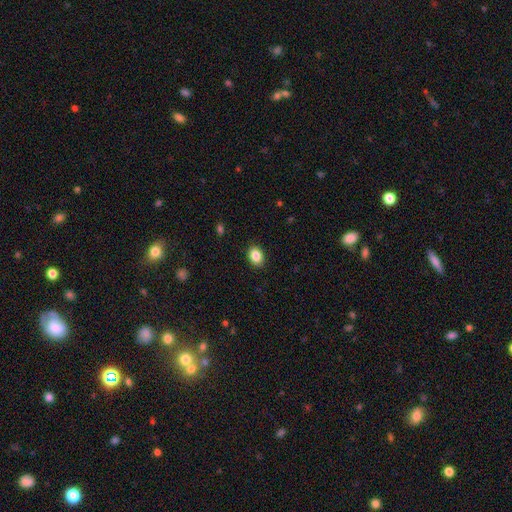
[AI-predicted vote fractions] Morphology: type=smooth (87%); roundness=in between (71%); merging=none (90%).